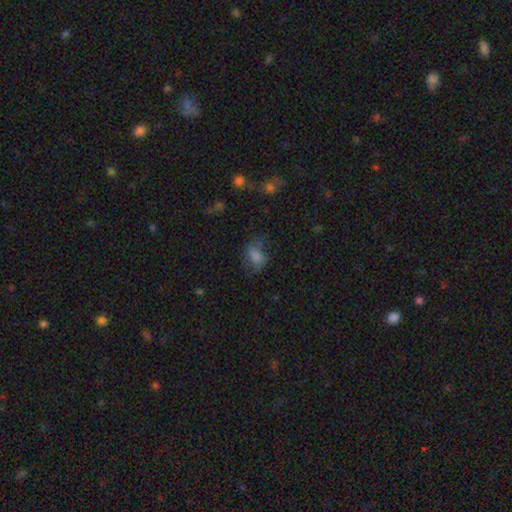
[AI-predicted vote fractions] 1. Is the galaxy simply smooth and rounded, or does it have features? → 62% smooth, 21% featured or disk, 17% star or artifact.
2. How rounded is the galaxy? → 73% in between, 24% round, 3% cigar-shaped.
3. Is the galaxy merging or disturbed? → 51% none, 25% minor disturbance, 21% major disturbance, 3% merger.